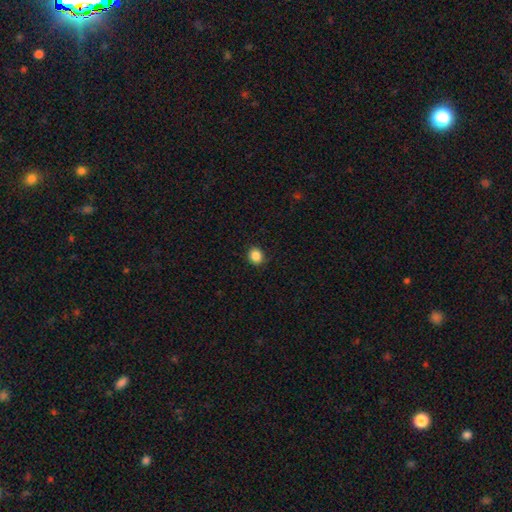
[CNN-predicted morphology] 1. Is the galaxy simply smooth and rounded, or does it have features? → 87% smooth, 10% star or artifact, 3% featured or disk.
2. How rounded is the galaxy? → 81% round, 18% in between, 1% cigar-shaped.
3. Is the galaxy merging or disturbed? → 90% none, 7% minor disturbance, 2% major disturbance, 1% merger.